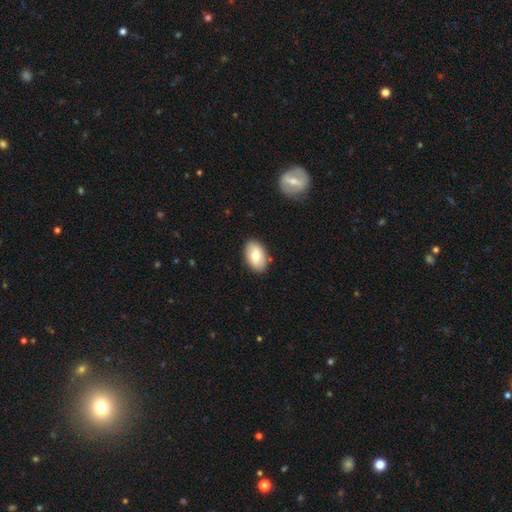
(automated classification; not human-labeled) A smooth galaxy with no disk features (70%) that is in between round and cigar-shaped (92%).

Vote fractions:
- Smooth or featured? smooth: 70% / featured or disk: 24% / star or artifact: 6%
- How rounded? in between: 92% / round: 7% / cigar-shaped: 1%
- Merging? none: 86% / minor disturbance: 10% / major disturbance: 2% / merger: 2%